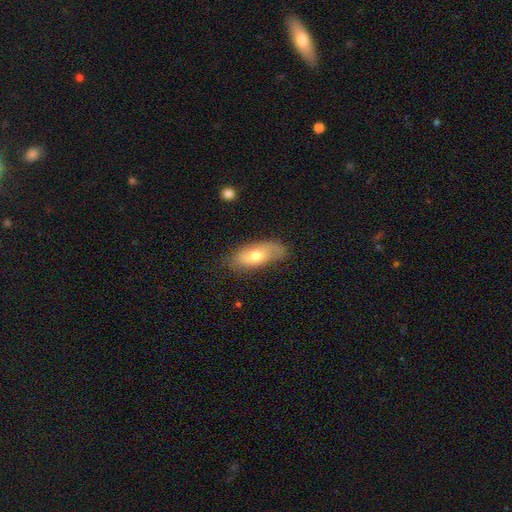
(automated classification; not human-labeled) Smooth or featured? Predicted: smooth (p=0.63). How rounded? Predicted: in between (p=0.83). Merging? Predicted: none (p=0.69).